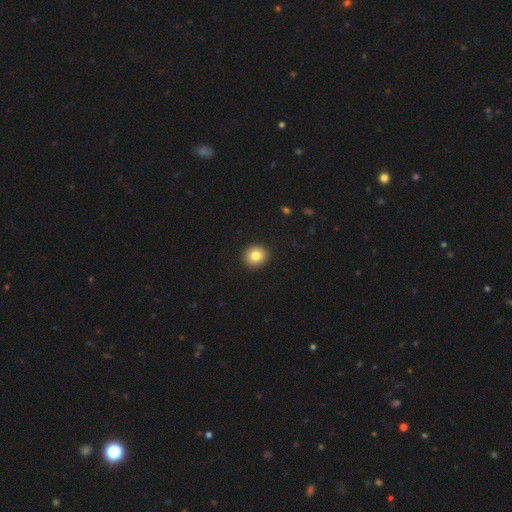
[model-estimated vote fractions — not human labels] This is clearly a smooth galaxy (83%). How rounded: clearly round (87%). Merging: clearly none (93%).